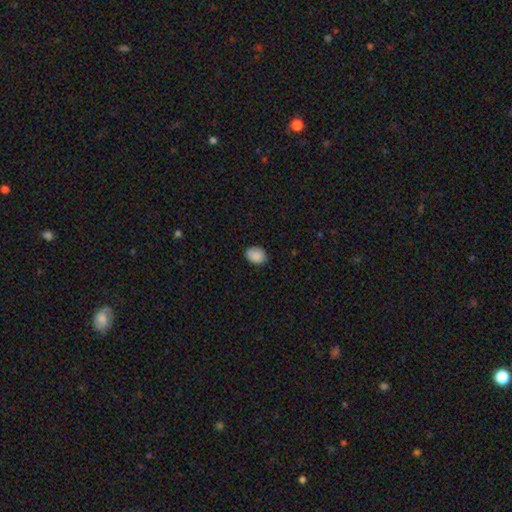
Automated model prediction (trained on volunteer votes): This appears to be a smooth galaxy with no disk features (88%) that is in between round and cigar-shaped (54%). Merging: none (82%).